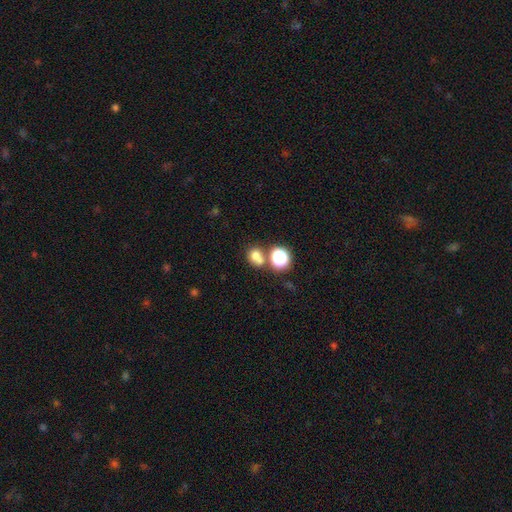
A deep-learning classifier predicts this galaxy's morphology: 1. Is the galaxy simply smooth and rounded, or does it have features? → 72% smooth, 20% star or artifact, 9% featured or disk.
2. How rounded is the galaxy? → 64% round, 35% in between, 1% cigar-shaped.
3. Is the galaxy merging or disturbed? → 53% none, 31% merger, 11% minor disturbance, 5% major disturbance.